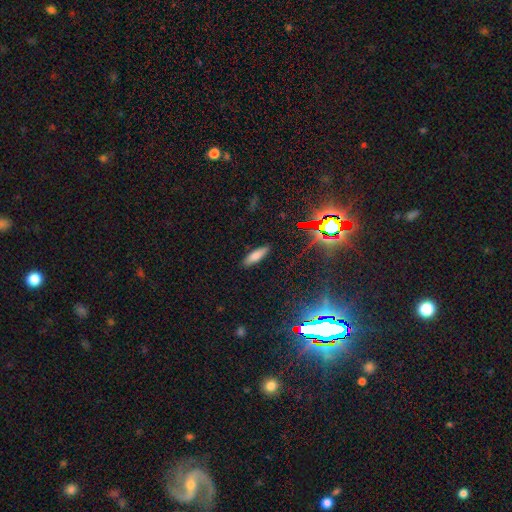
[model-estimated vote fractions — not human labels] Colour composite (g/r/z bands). It shows a smooth galaxy with no disk features (75%) that is cigar-shaped (55%). Merging: none (88%).